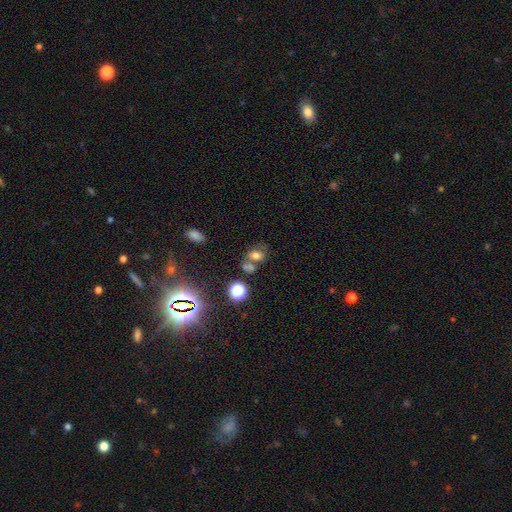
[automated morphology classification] Q: Smooth or featured?
A: smooth (59%); runner-up: star or artifact (22%)
Q: How rounded?
A: in between (61%); runner-up: round (37%)
Q: Merging?
A: none (43%); runner-up: merger (34%)